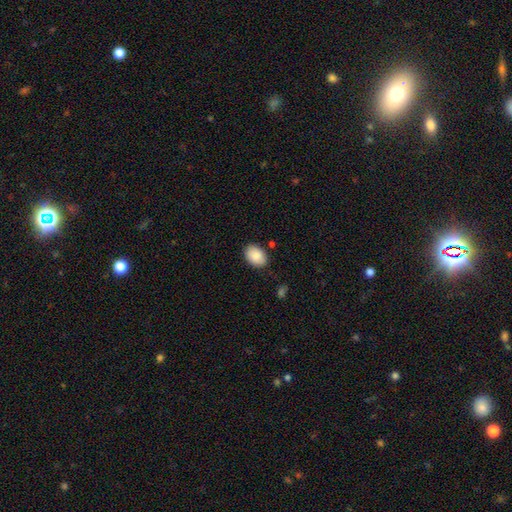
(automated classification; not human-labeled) smooth-or-featured: smooth: 88% | star or artifact: 7% | featured or disk: 6%
  how-rounded: in between: 80% | round: 19% | cigar-shaped: 1%
  merging: none: 83% | minor disturbance: 12% | major disturbance: 2% | merger: 2%